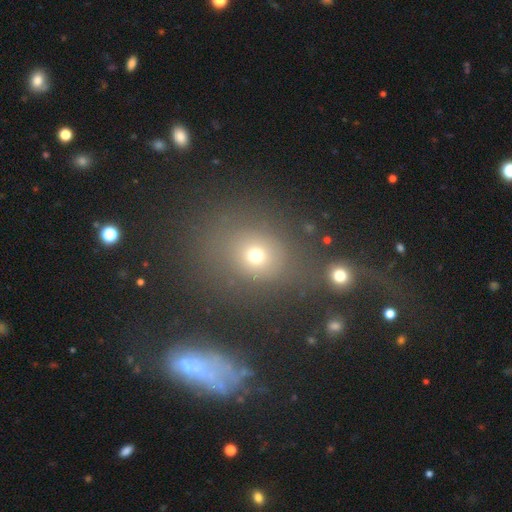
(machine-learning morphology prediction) Overall: smooth (69%). How rounded: round (61%; in between 38%). Merging: none (69%).